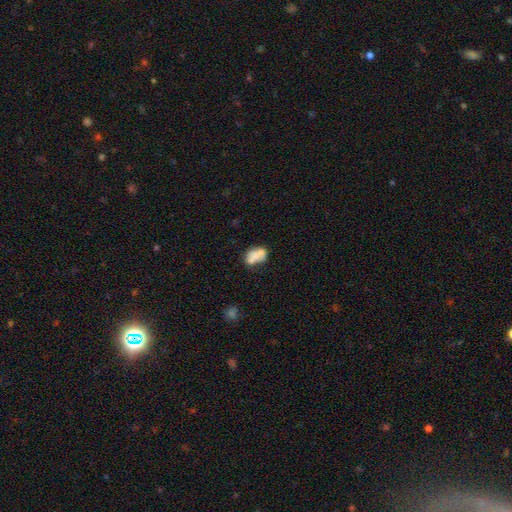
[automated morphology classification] A smooth galaxy with no disk features (61%) that is in between round and cigar-shaped (79%).

Vote fractions:
- Smooth or featured? smooth: 61% / featured or disk: 29% / star or artifact: 10%
- How rounded? in between: 79% / round: 19% / cigar-shaped: 2%
- Merging? merger: 41% / none: 32% / minor disturbance: 17% / major disturbance: 10%